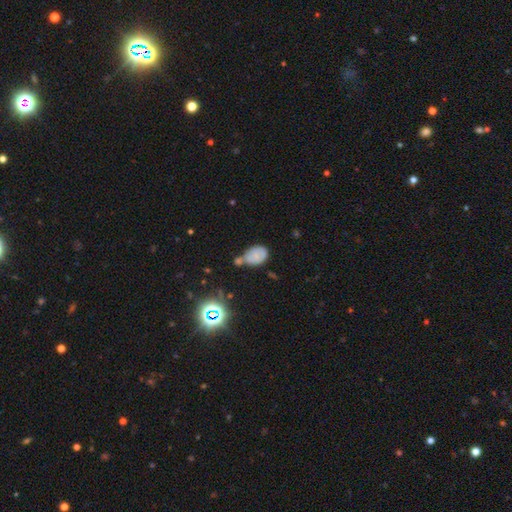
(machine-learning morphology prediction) This appears to be a smooth galaxy with no disk features (60%) that is in between round and cigar-shaped (78%). Merging: none (35%).